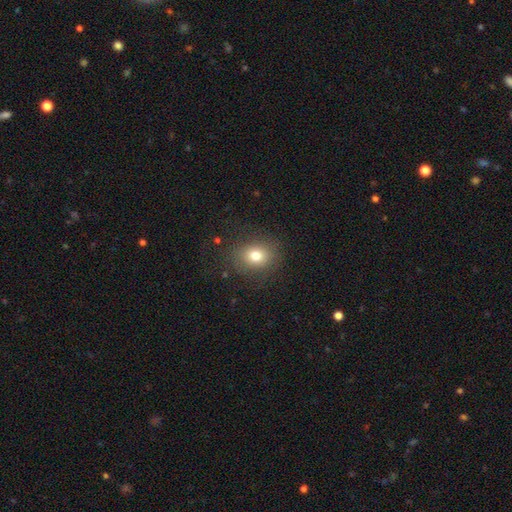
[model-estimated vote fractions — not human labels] smooth-or-featured: smooth: 77% | star or artifact: 13% | featured or disk: 11%
  how-rounded: round: 58% | in between: 40% | cigar-shaped: 1%
  merging: none: 82% | minor disturbance: 11% | major disturbance: 5% | merger: 1%